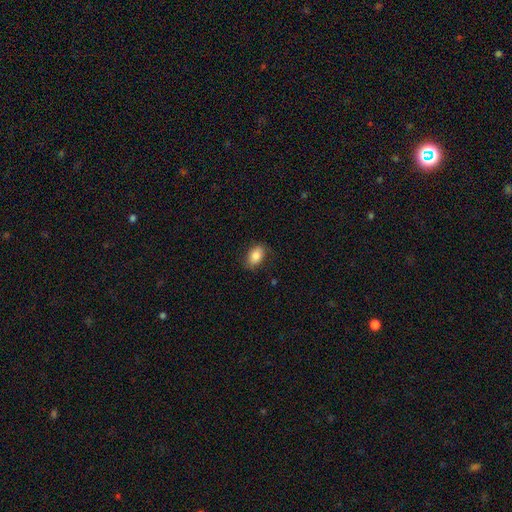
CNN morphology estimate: Smooth or featured?
  - smooth: 84% *
  - featured or disk: 8%
  - star or artifact: 7%
How rounded?
  - in between: 89% *
  - round: 9%
  - cigar-shaped: 2%
Merging?
  - none: 82% *
  - minor disturbance: 14%
  - major disturbance: 3%
  - merger: 1%